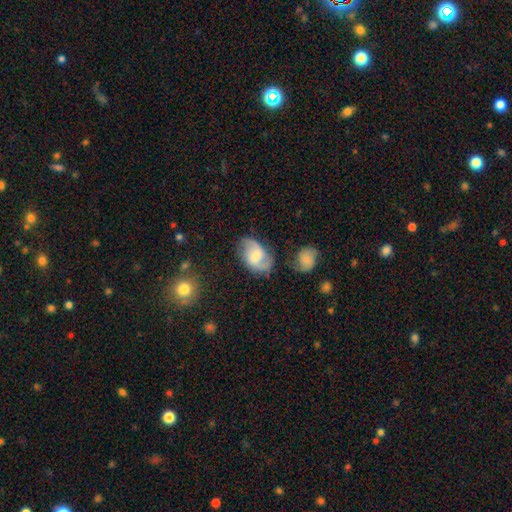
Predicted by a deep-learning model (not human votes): Morphology: type=featured or disk (59%); edge-on=no (96%); bar=weak (52%); spiral arms=yes (88%); bulge=moderate (51%); merging=none (63%).